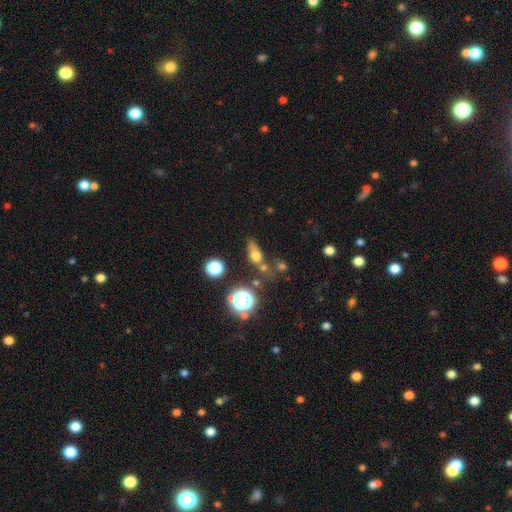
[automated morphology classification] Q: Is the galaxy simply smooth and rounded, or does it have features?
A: smooth — 65%.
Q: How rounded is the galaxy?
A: in between — 53%.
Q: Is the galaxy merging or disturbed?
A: none — 45%.